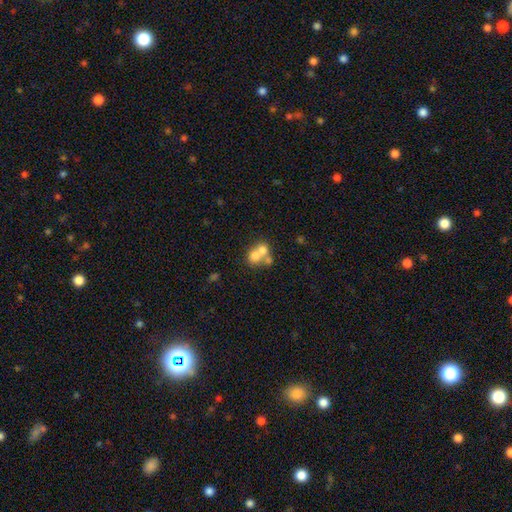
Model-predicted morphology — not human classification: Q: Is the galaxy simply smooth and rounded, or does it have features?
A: smooth — 64%.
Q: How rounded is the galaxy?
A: round — 72%.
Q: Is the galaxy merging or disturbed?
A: merger — 65%.